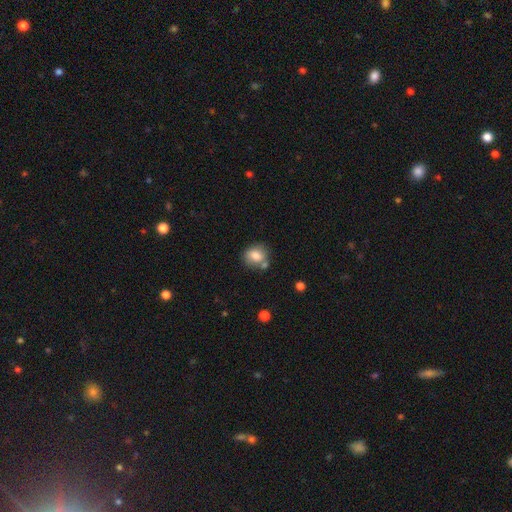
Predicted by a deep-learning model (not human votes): A smooth galaxy with no disk features (79%) that is round (66%). Merging: none (63%).